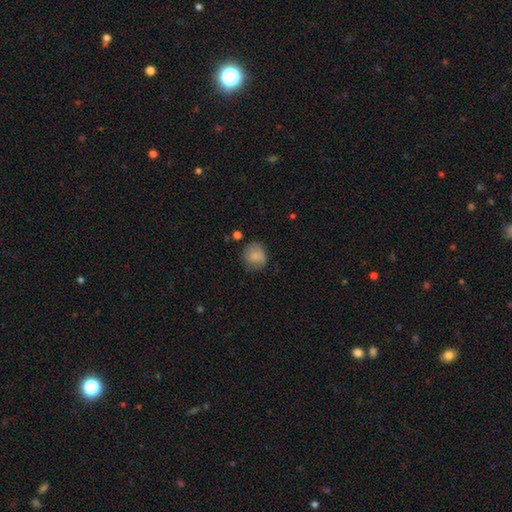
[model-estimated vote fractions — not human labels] Smooth or featured? Predicted: smooth (p=0.80). How rounded? Predicted: round (p=0.80). Merging? Predicted: none (p=0.64).